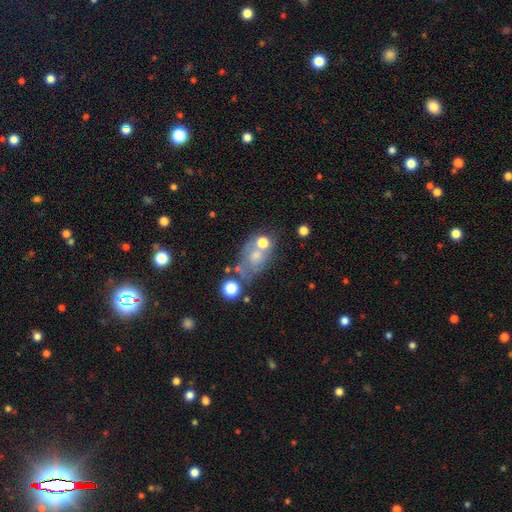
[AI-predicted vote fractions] A smooth galaxy with no disk features (46%). Merging: none (42%).